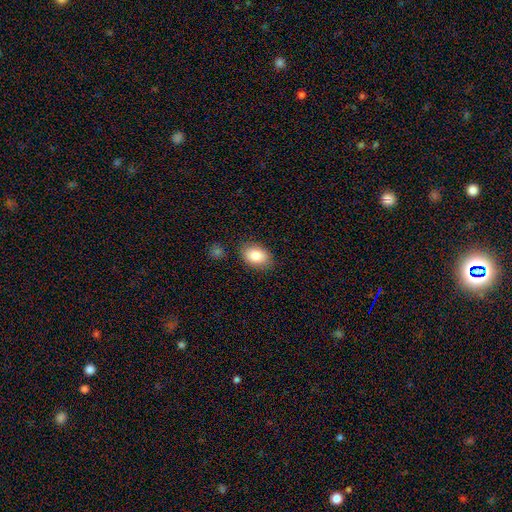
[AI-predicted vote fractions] This appears to be a smooth galaxy with no disk features (84%) that is in between round and cigar-shaped (85%). Merging: none (82%).